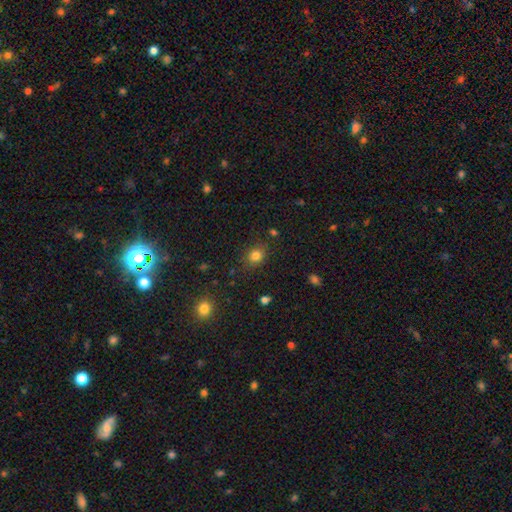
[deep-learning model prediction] Morphology: type=smooth (81%); roundness=round (66%); merging=none (84%).